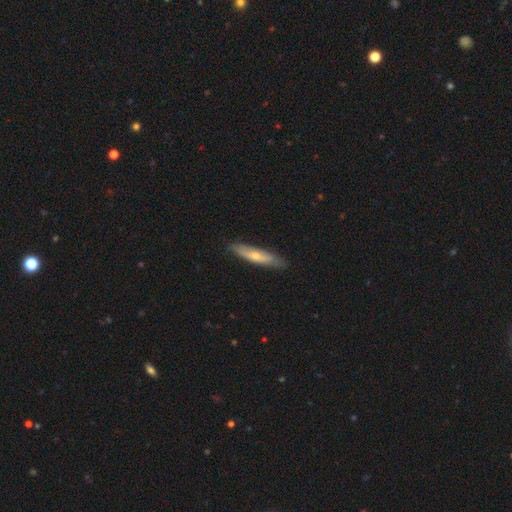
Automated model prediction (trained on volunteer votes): Q: Smooth or featured?
A: smooth (50%); runner-up: featured or disk (44%)
Q: Merging?
A: none (86%); runner-up: minor disturbance (11%)